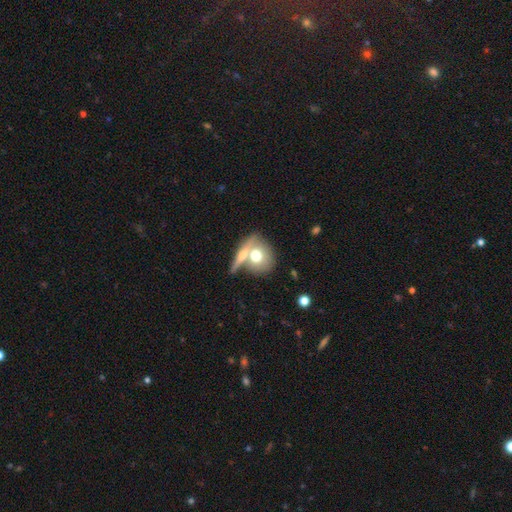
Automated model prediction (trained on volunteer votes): This appears to be a smooth galaxy with no disk features (65%) that is round (66%). Merging: merger (43%).